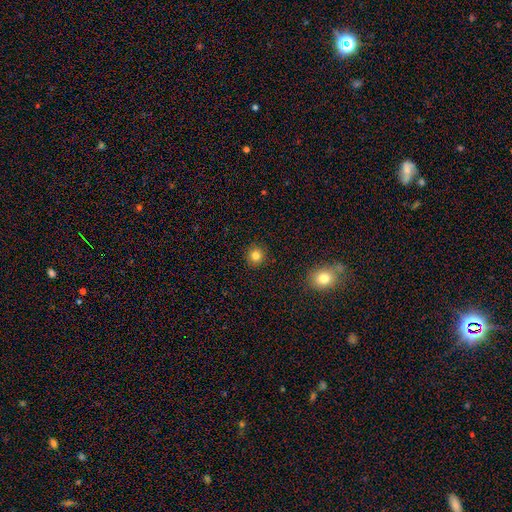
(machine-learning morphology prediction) Smooth or featured? smooth (81%)
How rounded? round (93%)
Merging? none (92%)